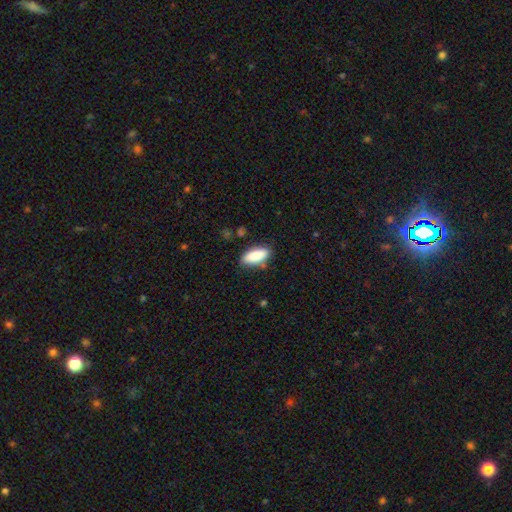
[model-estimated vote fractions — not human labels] Smooth or featured? smooth (86%)
How rounded? in between (83%)
Merging? none (79%)